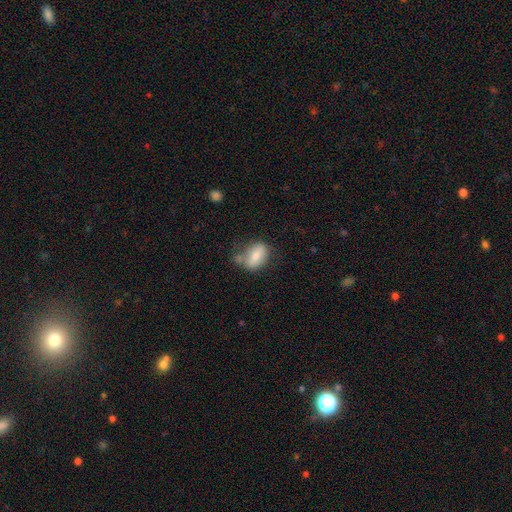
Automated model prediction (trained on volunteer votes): smooth 73%, featured or disk 19%, star or artifact 8%. Down the decision tree: how rounded — in between (83%); merging — none (50%).